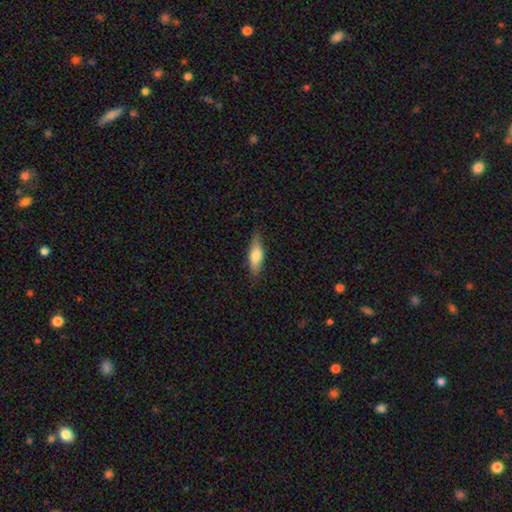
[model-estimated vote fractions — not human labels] Morphology: type=smooth (73%); roundness=in between (58%); merging=none (80%).